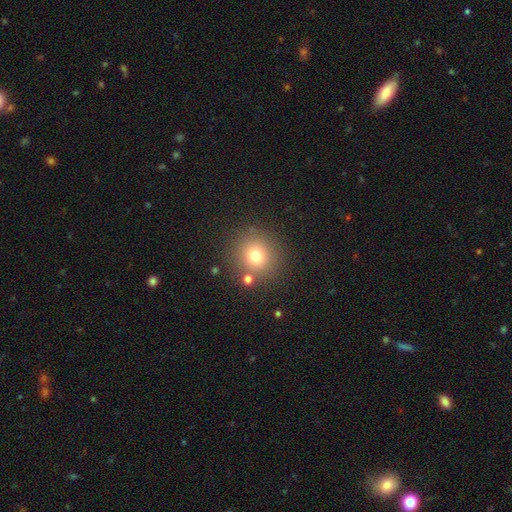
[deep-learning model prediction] smooth 74%, star or artifact 16%, featured or disk 10%. Down the decision tree: how rounded — round (91%); merging — none (81%).